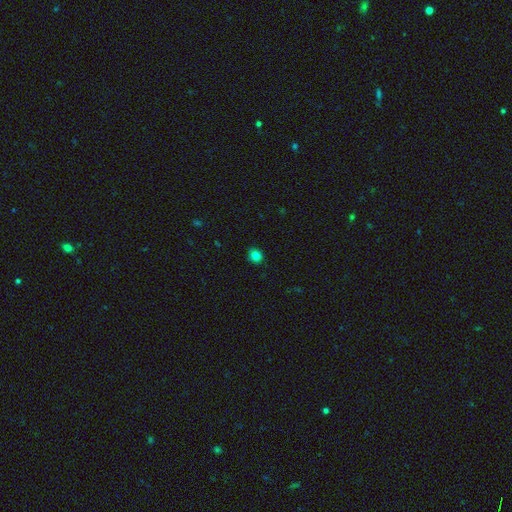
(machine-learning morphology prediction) smooth-or-featured: smooth: 83% | star or artifact: 12% | featured or disk: 5%
  how-rounded: round: 70% | in between: 29% | cigar-shaped: 1%
  merging: none: 86% | minor disturbance: 10% | major disturbance: 2% | merger: 1%